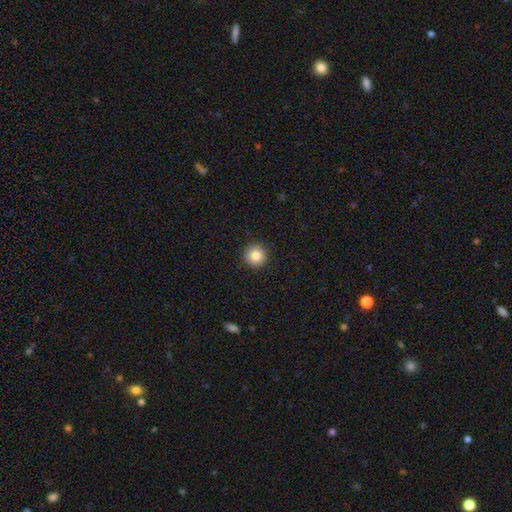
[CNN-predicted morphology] Smooth or featured? smooth (83%)
How rounded? round (96%)
Merging? none (93%)